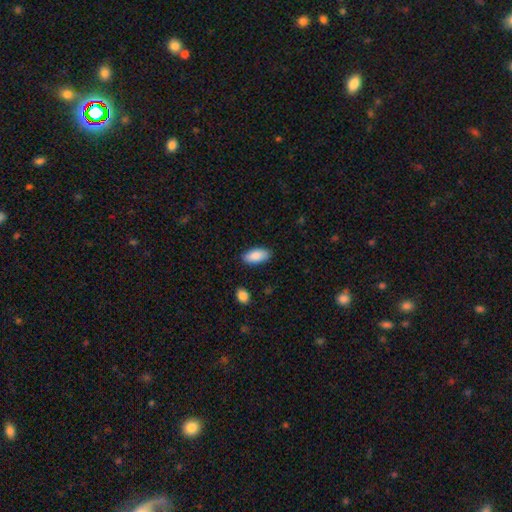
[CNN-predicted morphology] Smooth or featured? Predicted: smooth (p=0.88). How rounded? Predicted: in between (p=0.91). Merging? Predicted: none (p=0.86).